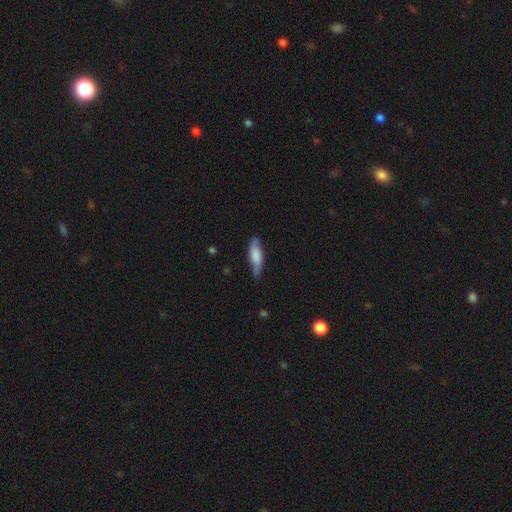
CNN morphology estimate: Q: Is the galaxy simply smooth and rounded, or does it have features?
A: smooth — 64%.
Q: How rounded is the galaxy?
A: cigar-shaped — 52%.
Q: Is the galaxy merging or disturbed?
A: none — 65%.